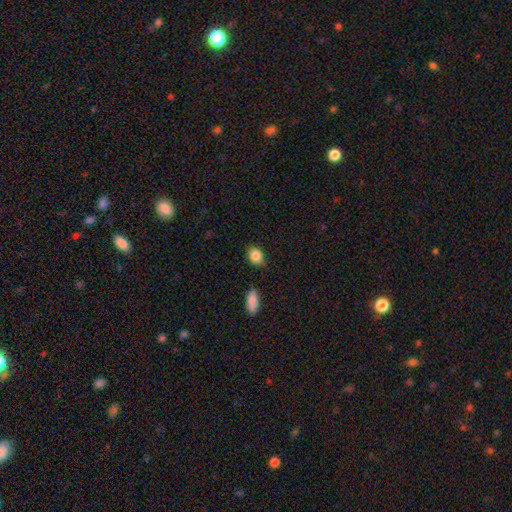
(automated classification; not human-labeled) A smooth galaxy with no disk features (86%) that is in between round and cigar-shaped (62%). Merging: none (78%).